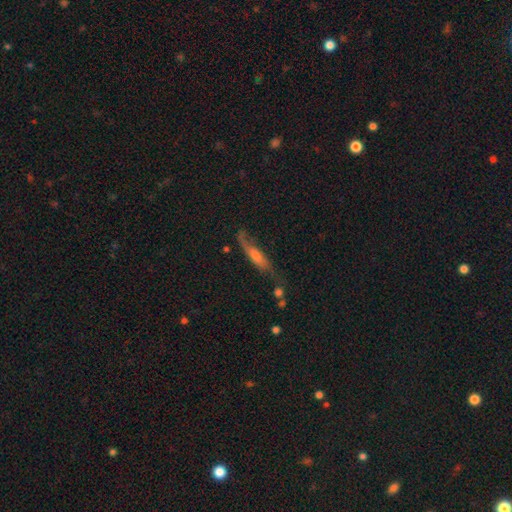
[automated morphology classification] Smooth or featured?
  - featured or disk: 53% *
  - smooth: 37%
  - star or artifact: 9%
Edge-on disk?
  - yes: 58% *
  - no: 42%
Merging?
  - none: 54% *
  - minor disturbance: 26%
  - major disturbance: 14%
  - merger: 6%